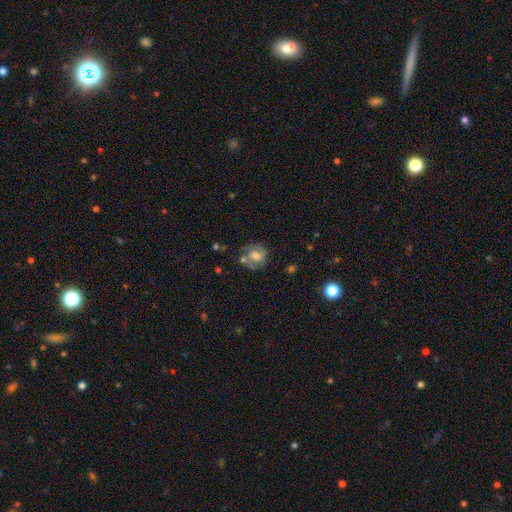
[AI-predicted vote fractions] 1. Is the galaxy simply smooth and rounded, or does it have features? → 50% featured or disk, 41% smooth, 9% star or artifact.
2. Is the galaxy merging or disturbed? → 59% none, 21% minor disturbance, 10% major disturbance, 10% merger.